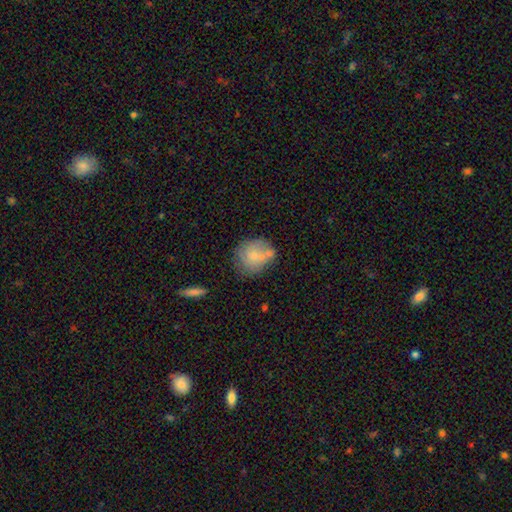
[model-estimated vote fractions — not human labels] Smooth or featured?
  - smooth: 66% *
  - featured or disk: 27%
  - star or artifact: 8%
How rounded?
  - round: 76% *
  - in between: 23%
  - cigar-shaped: 1%
Merging?
  - none: 50% *
  - merger: 22%
  - minor disturbance: 20%
  - major disturbance: 7%